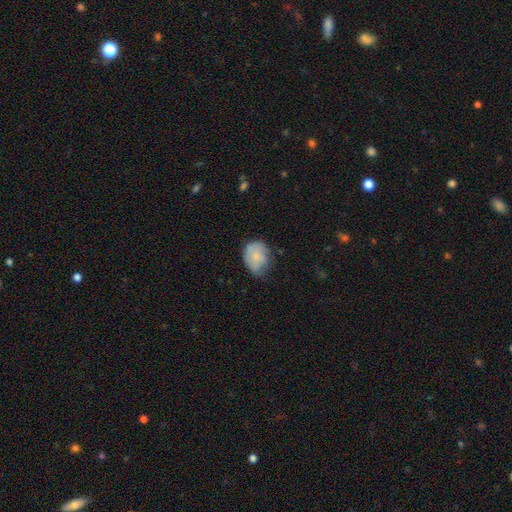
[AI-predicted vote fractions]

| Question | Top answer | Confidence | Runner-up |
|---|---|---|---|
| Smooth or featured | smooth | 74% | featured or disk (18%) |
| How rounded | round | 51% | in between (48%) |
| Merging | none | 52% | minor disturbance (36%) |